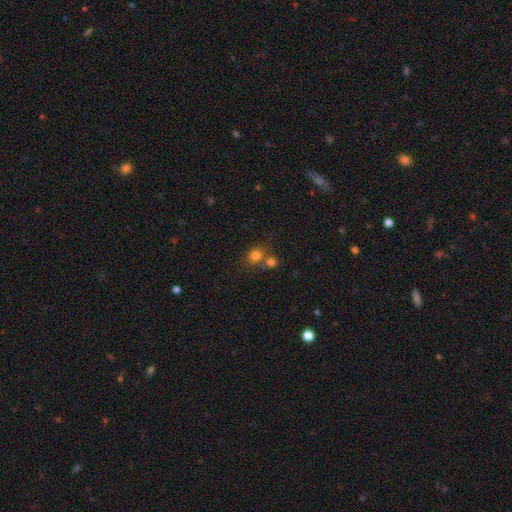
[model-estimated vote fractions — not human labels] smooth 79%, star or artifact 14%, featured or disk 7%. Down the decision tree: how rounded — round (83%); merging — none (54%).